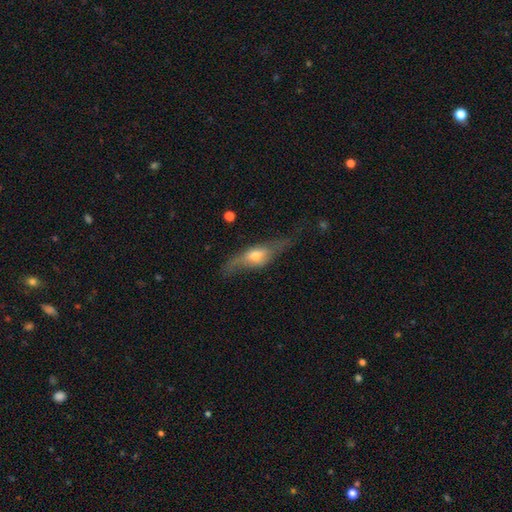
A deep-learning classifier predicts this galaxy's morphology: type=featured or disk (56%); edge-on=yes (63%); merging=none (53%).